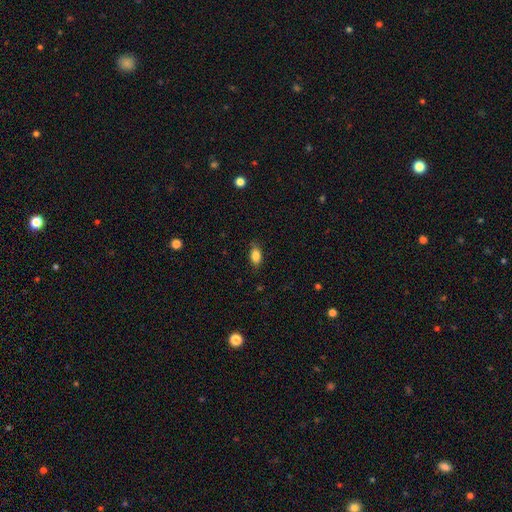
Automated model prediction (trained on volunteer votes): smooth_or_featured: smooth (p=0.84) [alt: featured or disk p=0.08]
how_rounded: in between (p=0.86) [alt: round p=0.08]
merging: none (p=0.80) [alt: minor disturbance p=0.15]